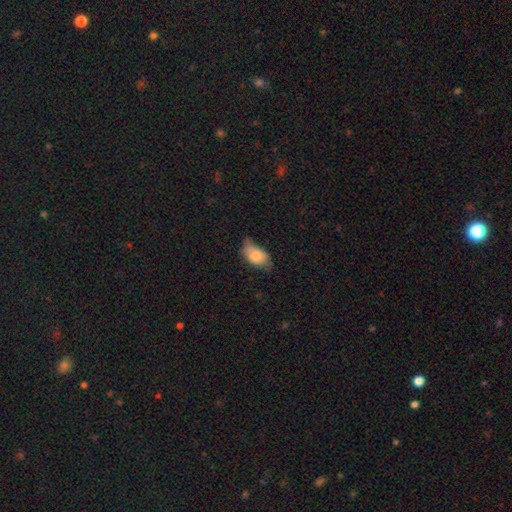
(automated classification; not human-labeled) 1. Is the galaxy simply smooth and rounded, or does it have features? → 78% smooth, 14% featured or disk, 7% star or artifact.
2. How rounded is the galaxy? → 92% in between, 6% round, 2% cigar-shaped.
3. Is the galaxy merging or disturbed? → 46% none, 41% minor disturbance, 11% major disturbance, 2% merger.